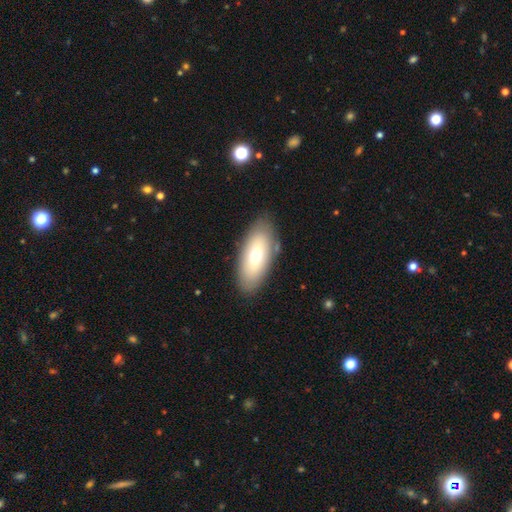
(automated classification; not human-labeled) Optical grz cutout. It shows a smooth galaxy with no disk features (66%) that is in between round and cigar-shaped (88%). Merging: none (83%).